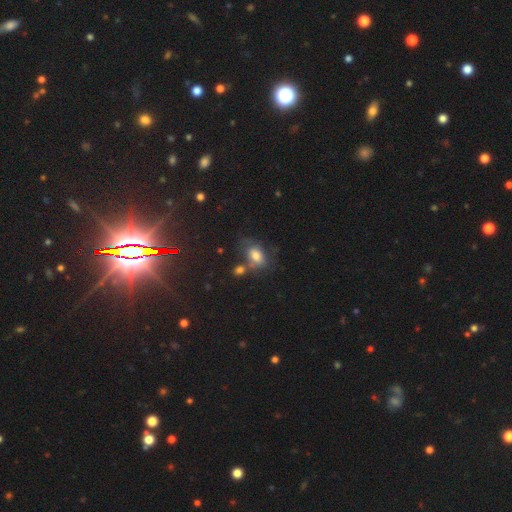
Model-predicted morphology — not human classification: The model was most divided on "merging": none: 43%, merger: 25%, minor disturbance: 21%, major disturbance: 11%. More confident: how rounded — in between (83%); smooth or featured — smooth (74%).